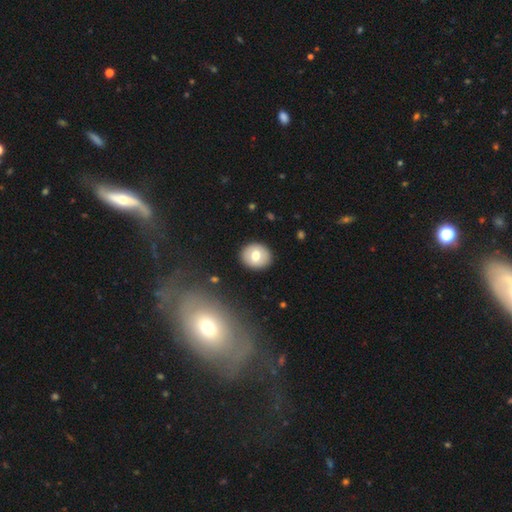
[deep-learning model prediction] smooth-or-featured: smooth: 70% | featured or disk: 21% | star or artifact: 8%
  how-rounded: round: 71% | in between: 28% | cigar-shaped: 1%
  merging: none: 90% | minor disturbance: 7% | major disturbance: 2% | merger: 1%